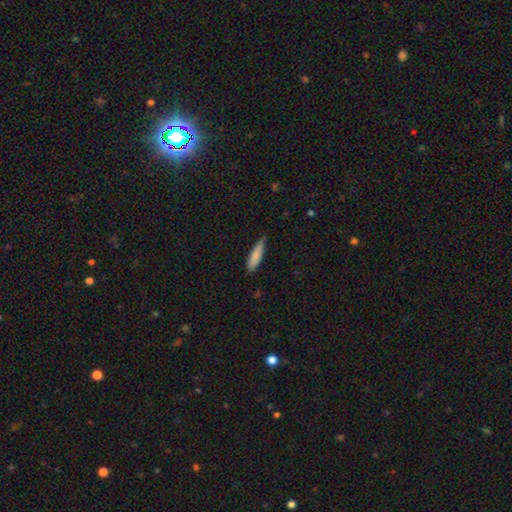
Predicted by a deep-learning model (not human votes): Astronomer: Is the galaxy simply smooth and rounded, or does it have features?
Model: smooth — 84%.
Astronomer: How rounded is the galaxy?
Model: cigar-shaped — 70%.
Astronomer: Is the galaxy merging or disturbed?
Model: none — 71%.